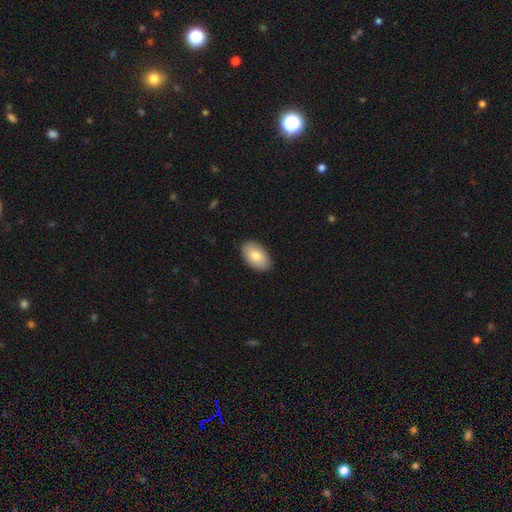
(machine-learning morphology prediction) Smooth or featured: smooth — 79% (featured or disk — 15%)
How rounded: in between — 93% (round — 6%)
Merging: none — 89% (minor disturbance — 9%)